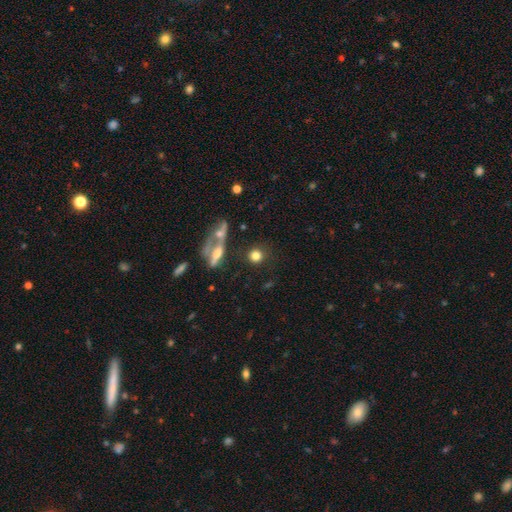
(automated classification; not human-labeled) A smooth galaxy with no disk features (77%) that is round (87%).

Vote fractions:
- Smooth or featured? smooth: 77% / star or artifact: 12% / featured or disk: 11%
- How rounded? round: 87% / in between: 10% / cigar-shaped: 3%
- Merging? none: 71% / merger: 14% / minor disturbance: 9% / major disturbance: 6%